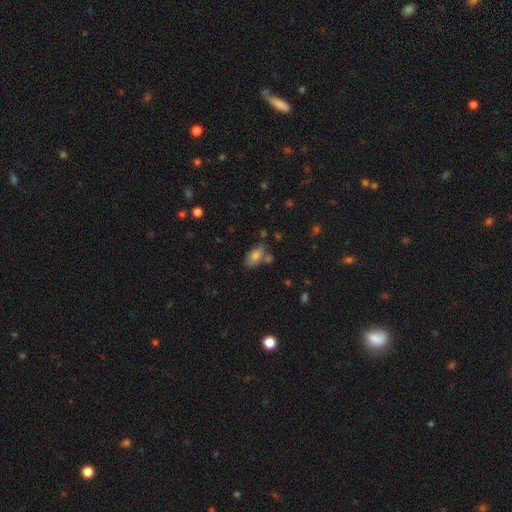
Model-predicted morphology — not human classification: A smooth galaxy with no disk features (78%) that is in between round and cigar-shaped (91%).

Vote fractions:
- Smooth or featured? smooth: 78% / featured or disk: 13% / star or artifact: 9%
- How rounded? in between: 91% / round: 5% / cigar-shaped: 4%
- Merging? none: 61% / minor disturbance: 18% / merger: 16% / major disturbance: 5%